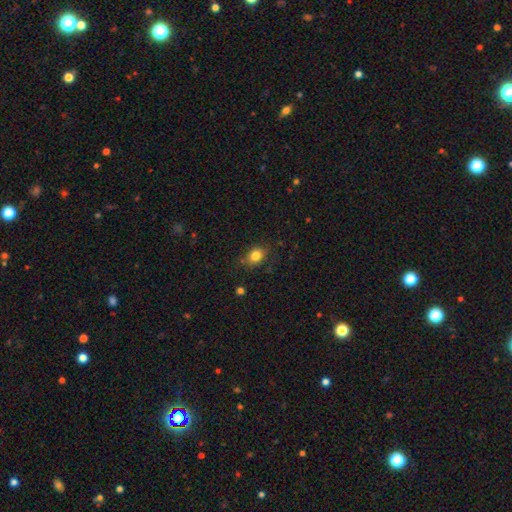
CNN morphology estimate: Smooth or featured: smooth — 82% (star or artifact — 11%)
How rounded: in between — 50% (round — 49%)
Merging: none — 77% (minor disturbance — 17%)